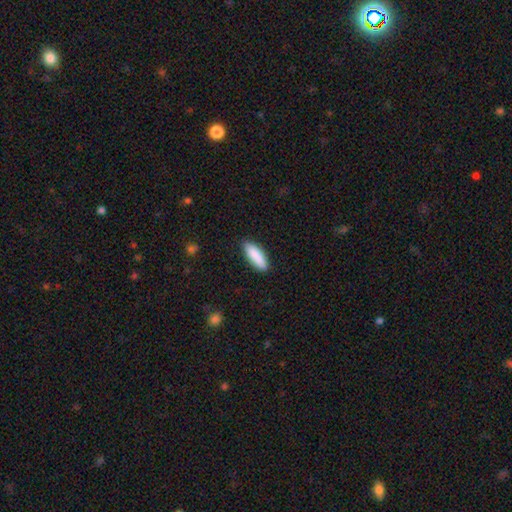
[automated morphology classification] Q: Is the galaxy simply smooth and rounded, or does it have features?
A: smooth — 88%.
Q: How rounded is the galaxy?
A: in between — 59%.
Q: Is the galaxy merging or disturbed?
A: none — 86%.